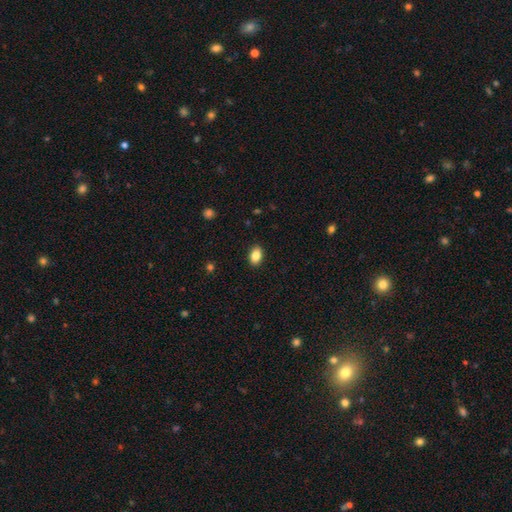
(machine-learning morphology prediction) The model was most divided on "how rounded": in between: 86%, round: 13%, cigar-shaped: 1%. More confident: merging — none (90%); smooth or featured — smooth (86%).